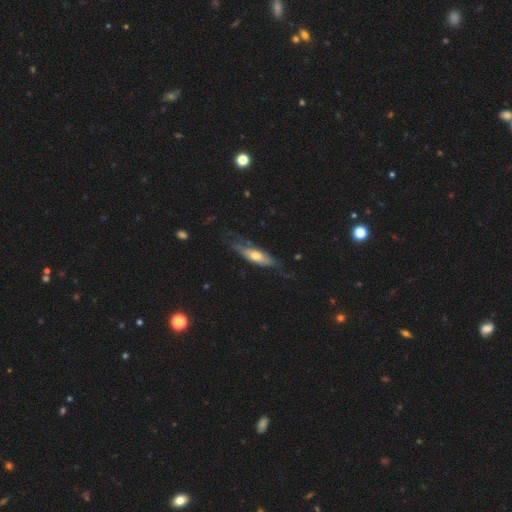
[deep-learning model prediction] smooth-or-featured: featured or disk: 54% | smooth: 41% | star or artifact: 5%
  disk-edge-on: no: 51% | yes: 49%
  merging: none: 56% | minor disturbance: 27% | major disturbance: 15% | merger: 2%